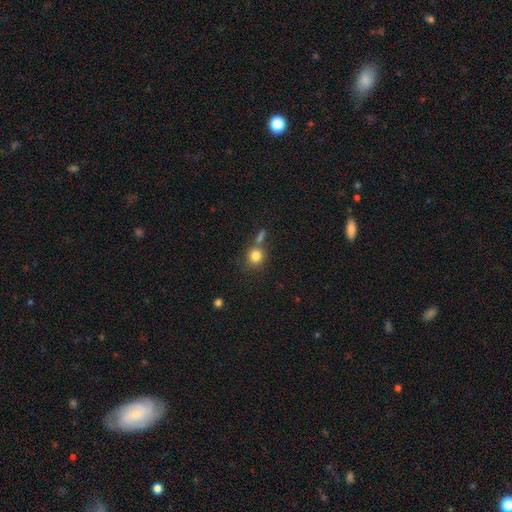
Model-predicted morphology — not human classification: Q: Smooth or featured?
A: smooth (82%); runner-up: star or artifact (11%)
Q: How rounded?
A: round (85%); runner-up: in between (13%)
Q: Merging?
A: none (63%); runner-up: merger (20%)